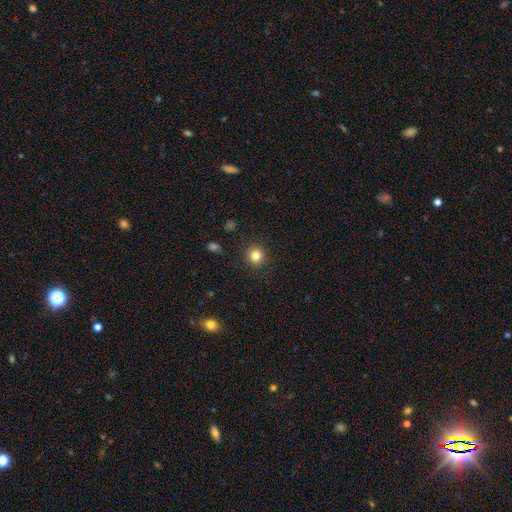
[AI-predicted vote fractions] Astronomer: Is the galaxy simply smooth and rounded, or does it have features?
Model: smooth — 83%.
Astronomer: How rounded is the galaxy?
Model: round — 90%.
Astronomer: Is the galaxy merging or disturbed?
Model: none — 91%.